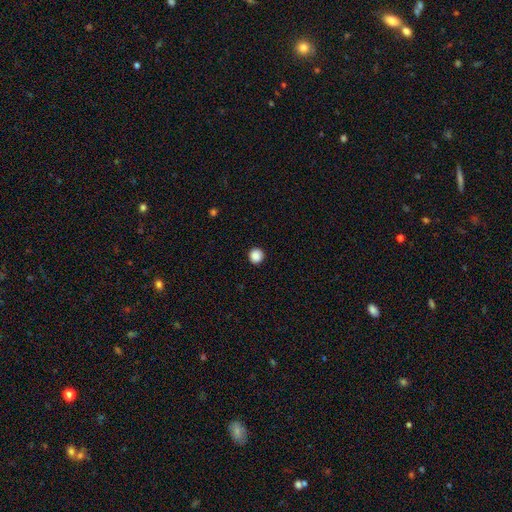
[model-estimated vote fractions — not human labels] smooth_or_featured: smooth (p=0.88) [alt: star or artifact p=0.09]
how_rounded: round (p=0.95) [alt: in between p=0.04]
merging: none (p=0.93) [alt: minor disturbance p=0.04]